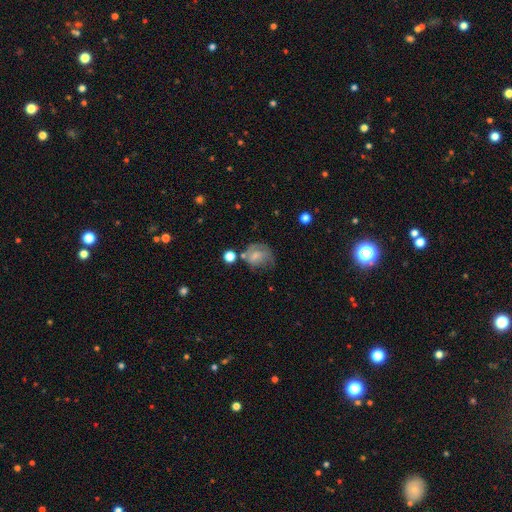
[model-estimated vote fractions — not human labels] This appears to be a smooth galaxy with no disk features (52%) that is round (55%). Merging: none (37%).